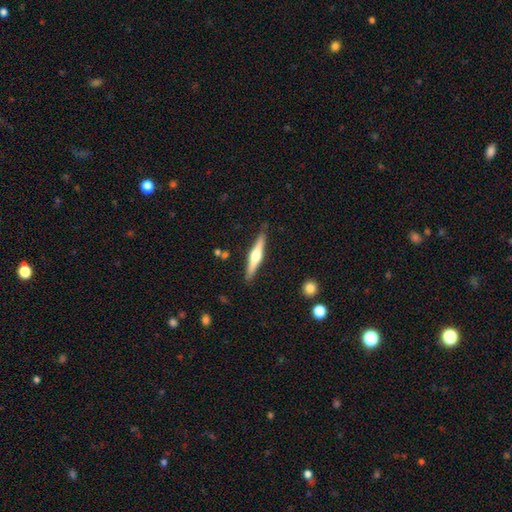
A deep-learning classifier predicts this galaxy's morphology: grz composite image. It shows a featured or disk galaxy (64%) viewed edge-on (97%) with a rounded central bulge (91%). Merging: none (88%).